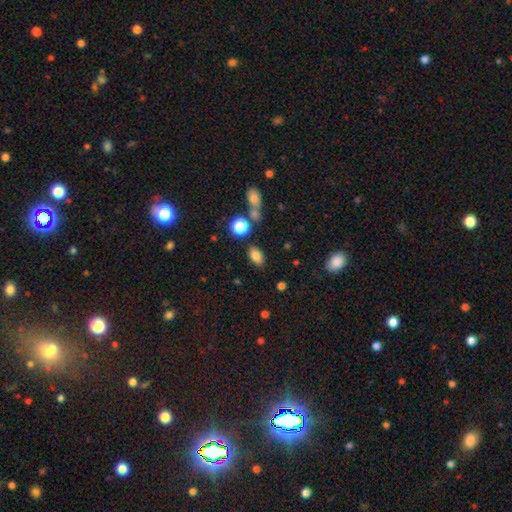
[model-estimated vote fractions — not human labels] Smooth or featured? Predicted: smooth (p=0.82). How rounded? Predicted: in between (p=0.87). Merging? Predicted: none (p=0.81).